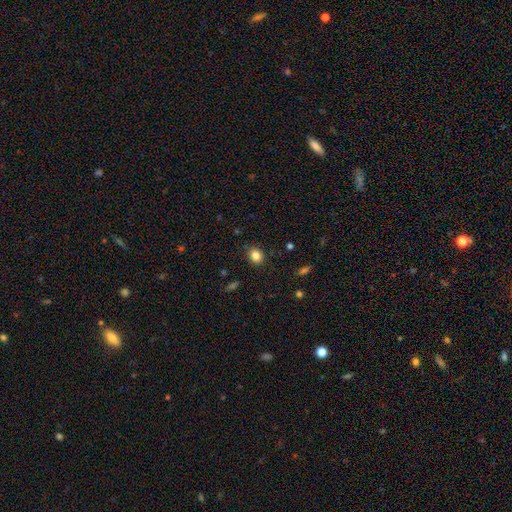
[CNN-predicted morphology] smooth_or_featured: smooth (p=0.84) [alt: star or artifact p=0.11]
how_rounded: round (p=0.60) [alt: in between p=0.39]
merging: none (p=0.88) [alt: minor disturbance p=0.09]